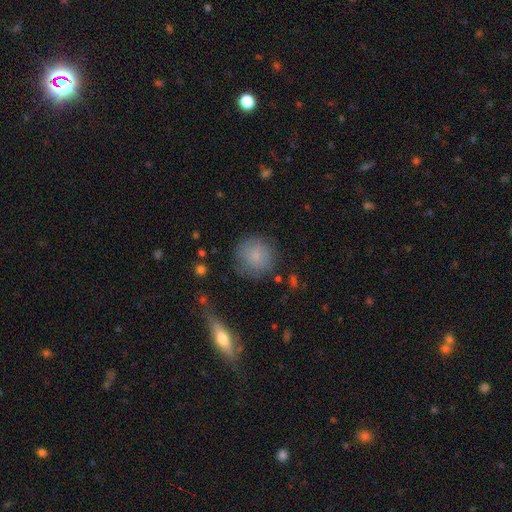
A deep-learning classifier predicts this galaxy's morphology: Smooth or featured?
  - smooth: 80% *
  - featured or disk: 11%
  - star or artifact: 9%
How rounded?
  - round: 92% *
  - in between: 7%
  - cigar-shaped: 1%
Merging?
  - none: 77% *
  - minor disturbance: 15%
  - major disturbance: 5%
  - merger: 2%